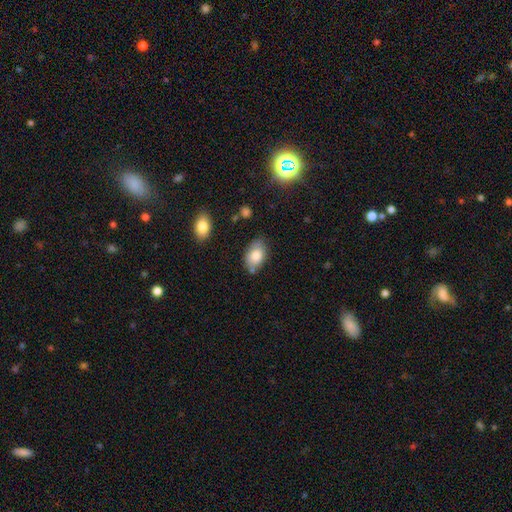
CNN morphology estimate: Smooth or featured: smooth — 81% (featured or disk — 12%)
How rounded: in between — 89% (round — 10%)
Merging: none — 71% (minor disturbance — 20%)